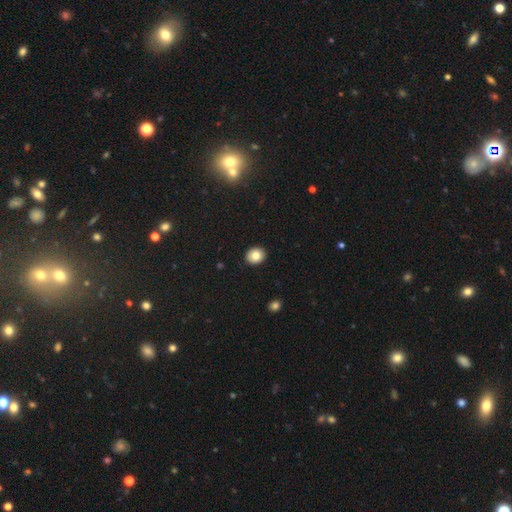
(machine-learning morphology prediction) A smooth galaxy with no disk features (81%) that is round (64%). Merging: none (91%).